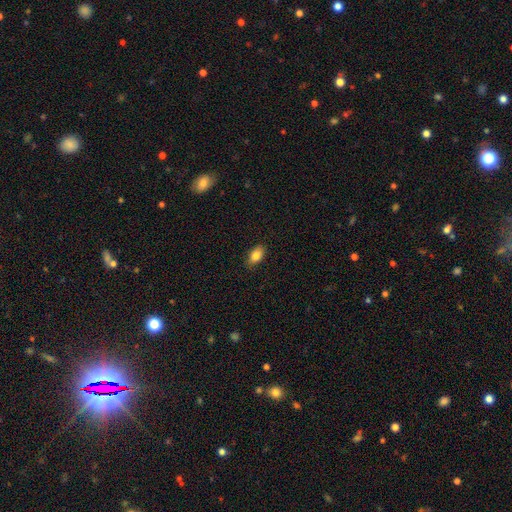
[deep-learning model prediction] A smooth galaxy with no disk features (86%) that is in between round and cigar-shaped (90%). Merging: none (85%).